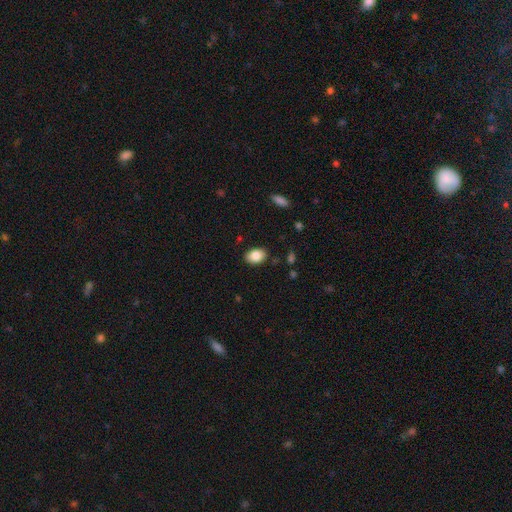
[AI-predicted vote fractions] smooth 87%, star or artifact 7%, featured or disk 6%. Down the decision tree: how rounded — in between (84%); merging — none (86%).